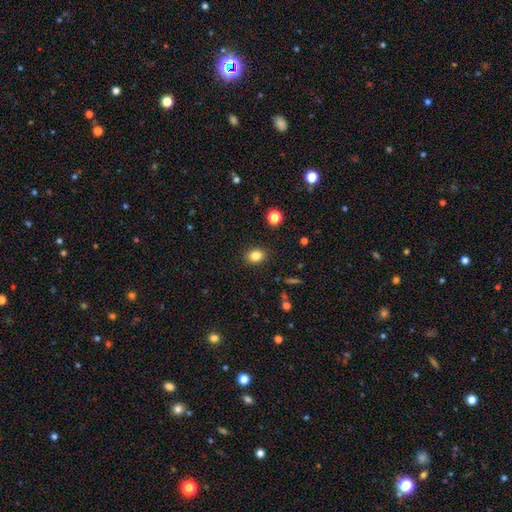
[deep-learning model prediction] smooth-or-featured: smooth: 82% | star or artifact: 11% | featured or disk: 6%
  how-rounded: in between: 56% | round: 43% | cigar-shaped: 1%
  merging: none: 89% | minor disturbance: 8% | major disturbance: 2% | merger: 1%